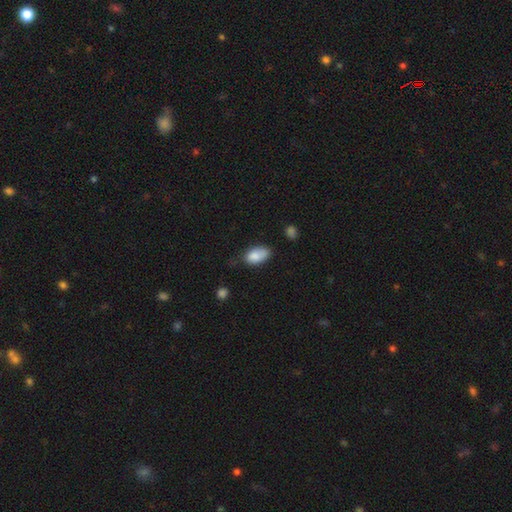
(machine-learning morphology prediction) type=smooth (85%); roundness=in between (93%); merging=none (55%).